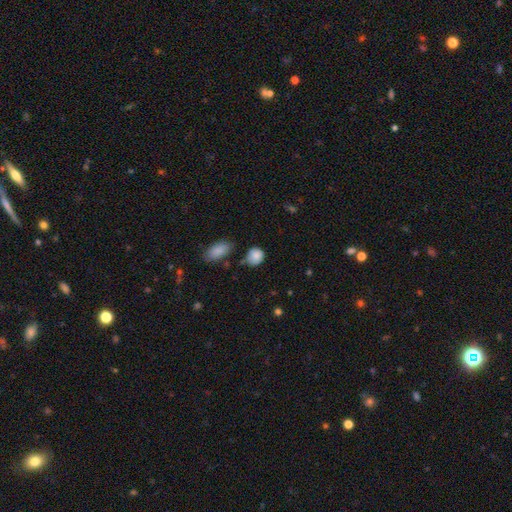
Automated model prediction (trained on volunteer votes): Morphology: type=smooth (86%); roundness=round (72%); merging=none (63%).